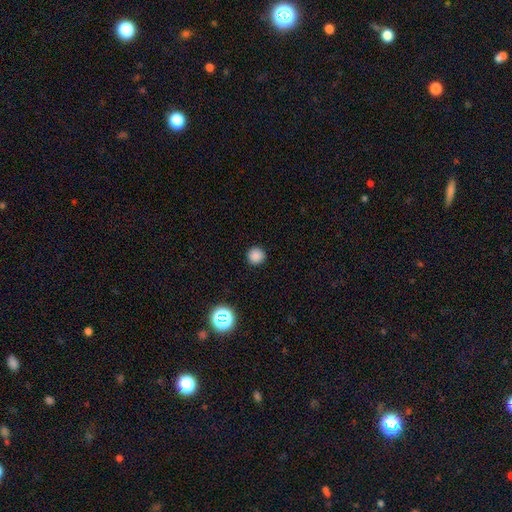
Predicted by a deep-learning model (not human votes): The model was most divided on "smooth or featured": smooth: 84%, star or artifact: 13%, featured or disk: 3%. More confident: how rounded — round (95%); merging — none (92%).